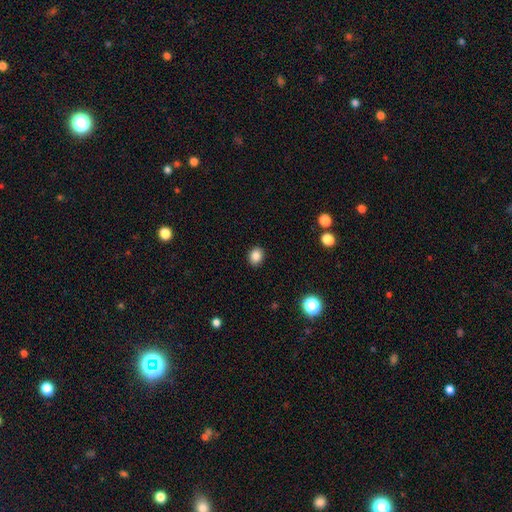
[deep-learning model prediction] A smooth galaxy with no disk features (85%) that is in between round and cigar-shaped (50%). Merging: none (90%).